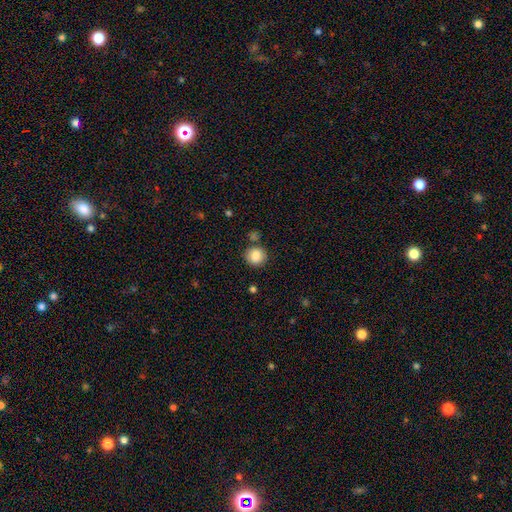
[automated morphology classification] Smooth or featured? Predicted: smooth (p=0.86). How rounded? Predicted: round (p=0.90). Merging? Predicted: none (p=0.80).